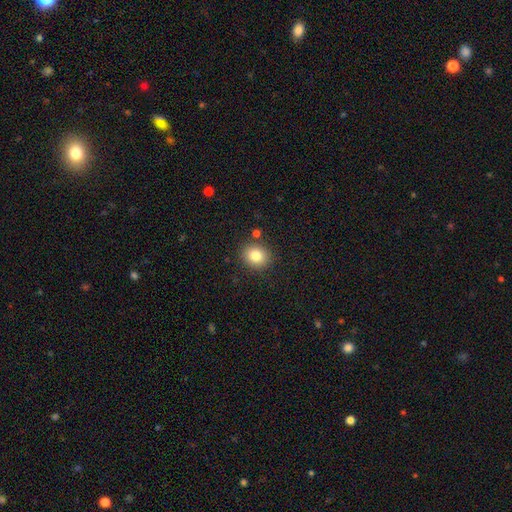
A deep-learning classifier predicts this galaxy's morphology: Smooth or featured: smooth — 82% (star or artifact — 11%)
How rounded: round — 76% (in between — 23%)
Merging: none — 86% (minor disturbance — 8%)